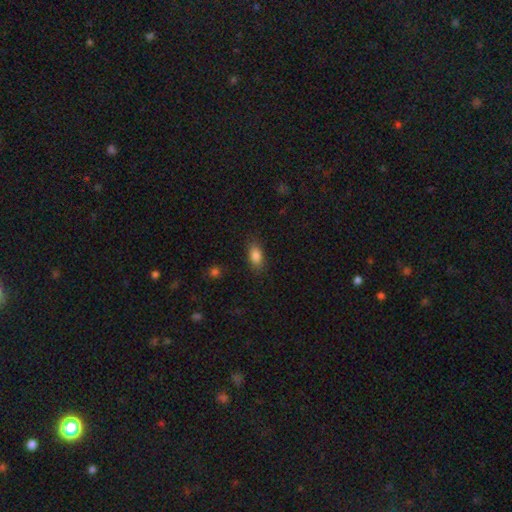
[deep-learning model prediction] Smooth or featured? smooth (85%)
How rounded? in between (88%)
Merging? none (84%)